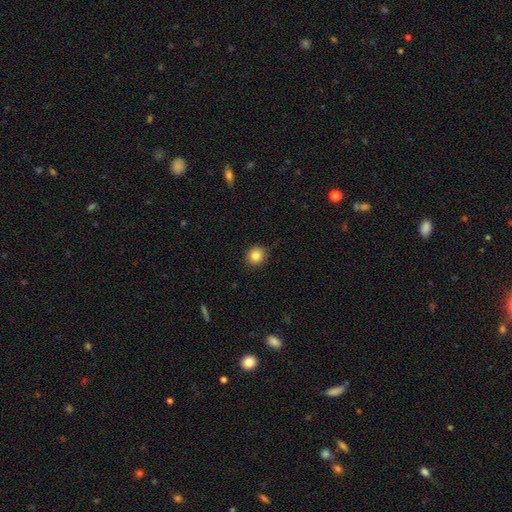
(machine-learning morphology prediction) A smooth galaxy with no disk features (84%) that is round (88%).

Vote fractions:
- Smooth or featured? smooth: 84% / star or artifact: 10% / featured or disk: 6%
- How rounded? round: 88% / in between: 11% / cigar-shaped: 1%
- Merging? none: 89% / minor disturbance: 8% / major disturbance: 2% / merger: 1%